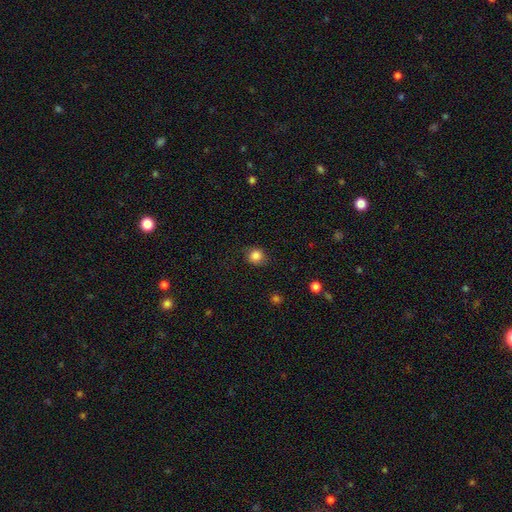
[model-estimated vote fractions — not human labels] smooth_or_featured: smooth (p=0.85) [alt: star or artifact p=0.11]
how_rounded: round (p=0.87) [alt: in between p=0.12]
merging: none (p=0.83) [alt: minor disturbance p=0.12]